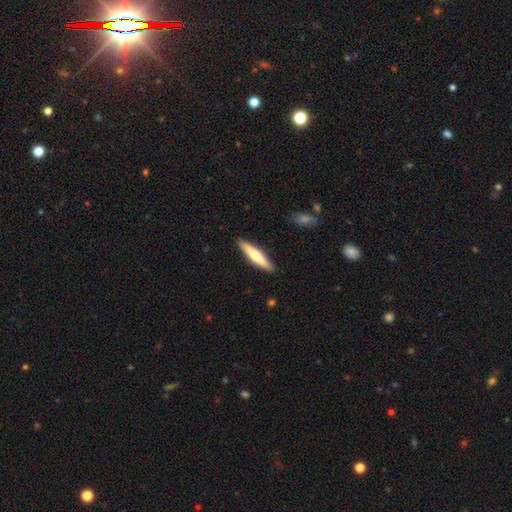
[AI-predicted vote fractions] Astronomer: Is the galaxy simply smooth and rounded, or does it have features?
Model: smooth — 59% (runner-up: featured or disk, 37%).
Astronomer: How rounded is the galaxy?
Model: cigar-shaped — 85%.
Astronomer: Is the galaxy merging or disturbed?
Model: none — 90%.